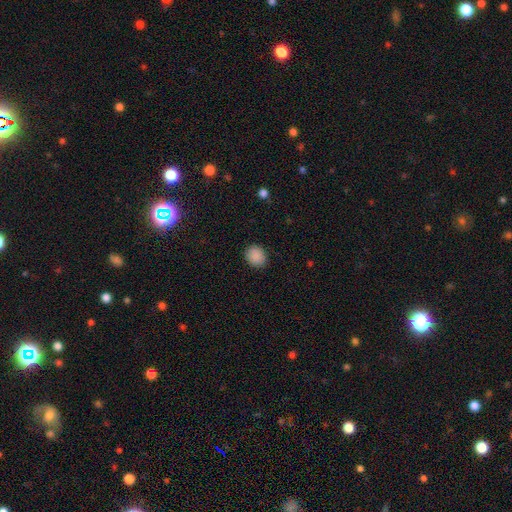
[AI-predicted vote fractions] Smooth or featured? smooth (89%)
How rounded? round (64%)
Merging? none (89%)